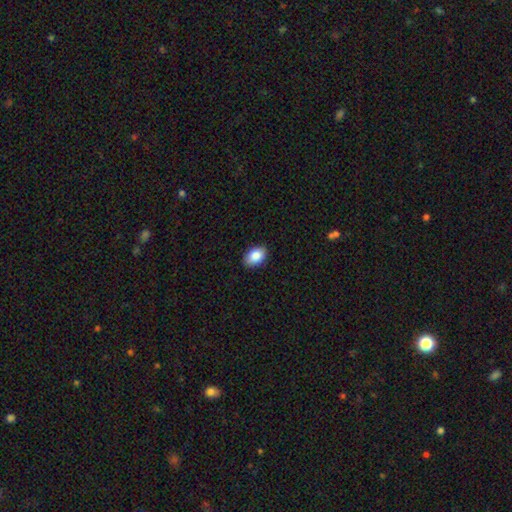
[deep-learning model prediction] smooth-or-featured: smooth: 88% | star or artifact: 7% | featured or disk: 5%
  how-rounded: in between: 89% | round: 10% | cigar-shaped: 1%
  merging: none: 88% | minor disturbance: 9% | major disturbance: 2% | merger: 1%